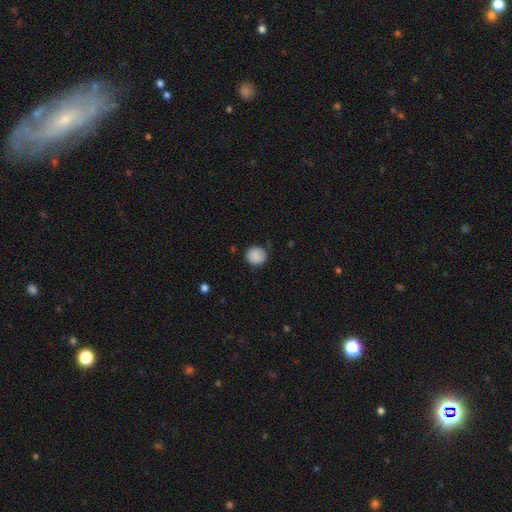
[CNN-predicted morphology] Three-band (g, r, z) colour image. It shows a smooth galaxy with no disk features (88%) that is round (90%). Merging: none (83%).